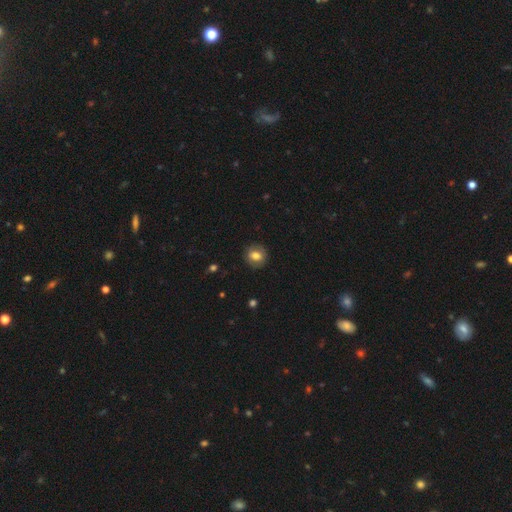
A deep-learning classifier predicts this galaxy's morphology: type=smooth (74%); roundness=round (76%); merging=none (86%).